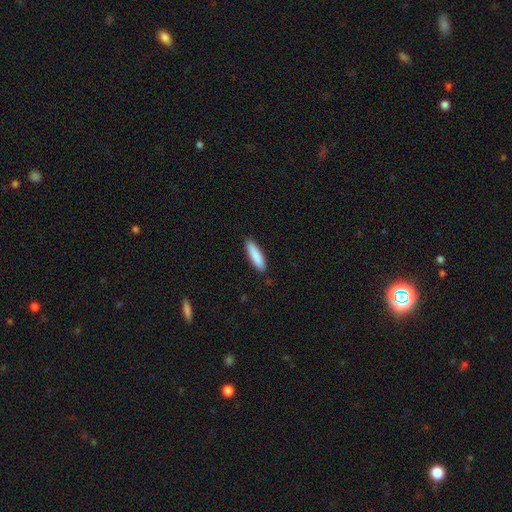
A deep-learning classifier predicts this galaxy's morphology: Smooth or featured: smooth — 88% (featured or disk — 7%)
How rounded: cigar-shaped — 71% (in between — 28%)
Merging: none — 89% (minor disturbance — 8%)